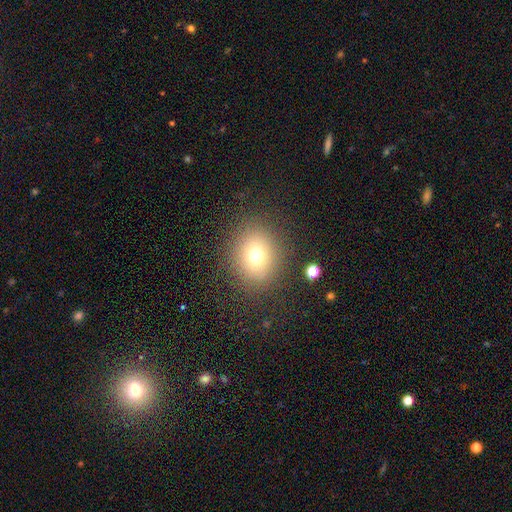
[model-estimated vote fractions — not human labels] The model was most divided on "how rounded": round: 72%, in between: 27%, cigar-shaped: 1%. More confident: merging — none (85%); smooth or featured — smooth (72%).